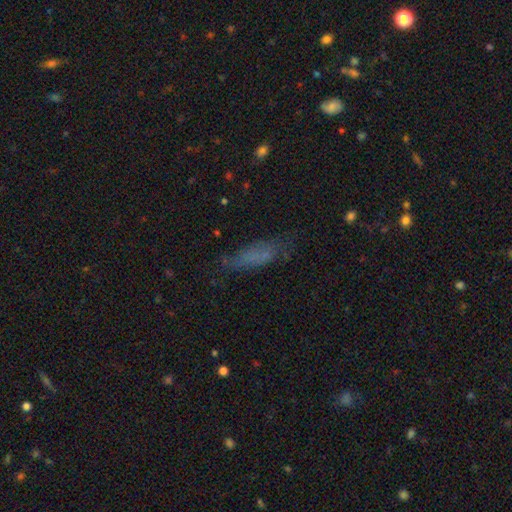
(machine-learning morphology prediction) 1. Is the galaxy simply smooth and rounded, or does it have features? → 62% smooth, 23% featured or disk, 15% star or artifact.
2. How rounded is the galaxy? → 56% cigar-shaped, 41% in between, 3% round.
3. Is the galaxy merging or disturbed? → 61% none, 24% minor disturbance, 12% major disturbance, 3% merger.